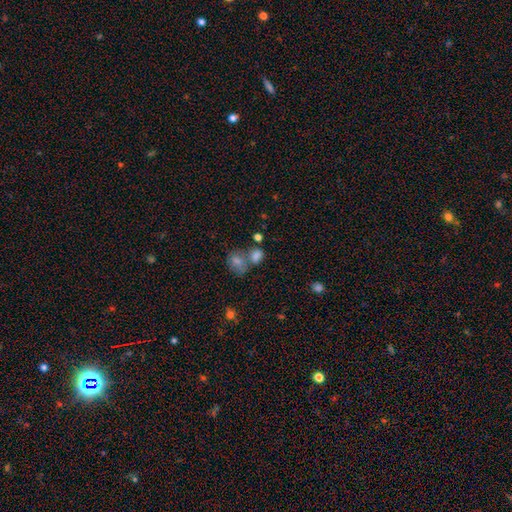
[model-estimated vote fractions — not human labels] Smooth or featured: smooth — 78% (star or artifact — 13%)
How rounded: in between — 66% (round — 32%)
Merging: merger — 43% (none — 39%)